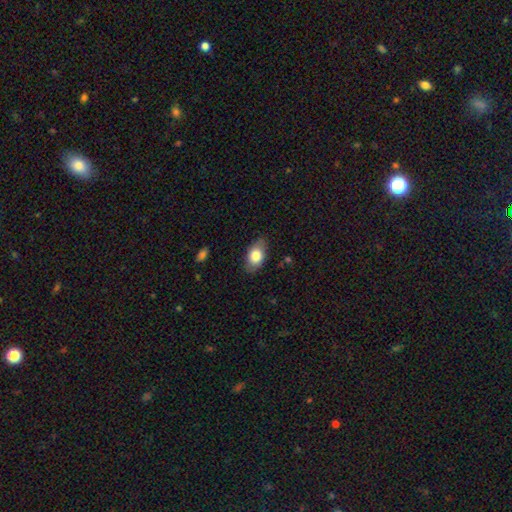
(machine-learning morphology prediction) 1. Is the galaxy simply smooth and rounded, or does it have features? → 79% smooth, 15% featured or disk, 6% star or artifact.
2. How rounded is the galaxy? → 90% in between, 8% round, 2% cigar-shaped.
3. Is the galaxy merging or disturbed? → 81% none, 15% minor disturbance, 3% major disturbance, 1% merger.